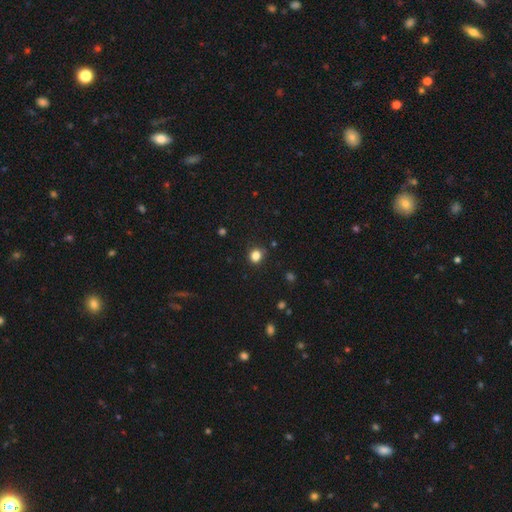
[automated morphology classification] A smooth galaxy with no disk features (82%) that is round (79%).

Vote fractions:
- Smooth or featured? smooth: 82% / star or artifact: 13% / featured or disk: 4%
- How rounded? round: 79% / in between: 20% / cigar-shaped: 1%
- Merging? none: 85% / minor disturbance: 11% / major disturbance: 3% / merger: 2%